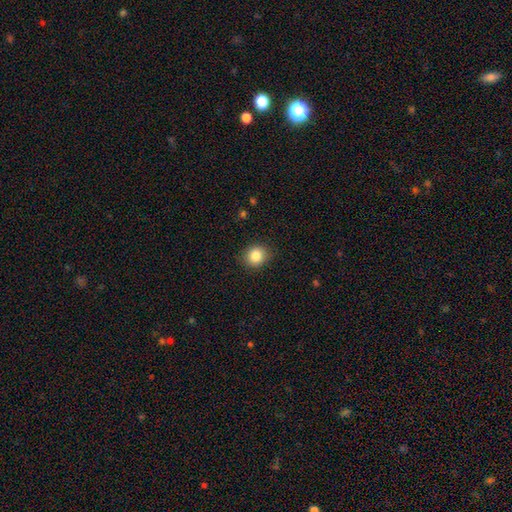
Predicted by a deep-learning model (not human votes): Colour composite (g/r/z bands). It shows a smooth galaxy with no disk features (83%) that is round (78%). Merging: none (88%).